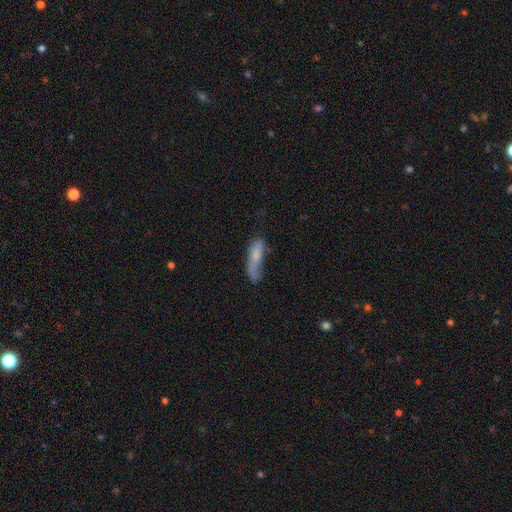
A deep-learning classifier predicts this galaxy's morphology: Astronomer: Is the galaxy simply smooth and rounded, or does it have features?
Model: smooth — 70%.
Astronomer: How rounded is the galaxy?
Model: cigar-shaped — 59% (runner-up: in between, 39%).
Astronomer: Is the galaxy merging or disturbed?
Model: none — 41% (runner-up: minor disturbance, 33%).